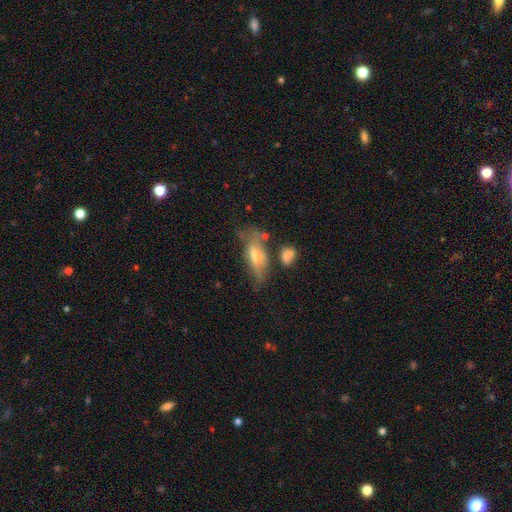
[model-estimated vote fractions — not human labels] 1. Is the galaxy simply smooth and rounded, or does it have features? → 49% featured or disk, 41% smooth, 10% star or artifact.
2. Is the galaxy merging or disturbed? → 47% none, 26% minor disturbance, 17% major disturbance, 10% merger.